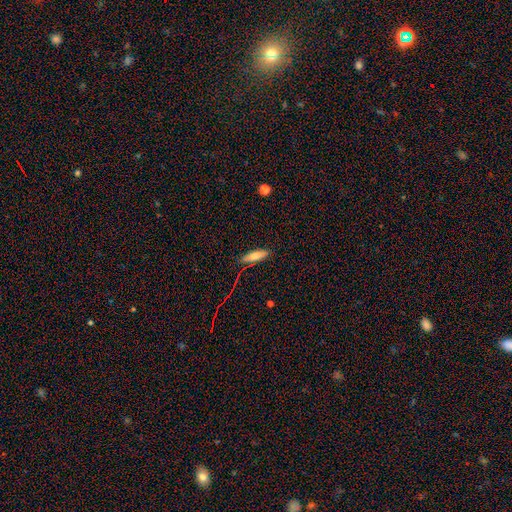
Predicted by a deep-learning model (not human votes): smooth 72%, featured or disk 19%, star or artifact 9%. Down the decision tree: how rounded — cigar-shaped (50%); merging — none (85%).